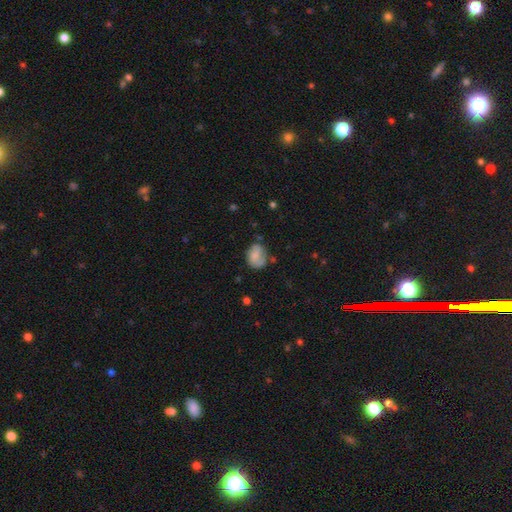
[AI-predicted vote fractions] smooth-or-featured: smooth: 65% | featured or disk: 26% | star or artifact: 9%
  how-rounded: in between: 59% | round: 40% | cigar-shaped: 1%
  merging: none: 50% | minor disturbance: 30% | major disturbance: 13% | merger: 6%